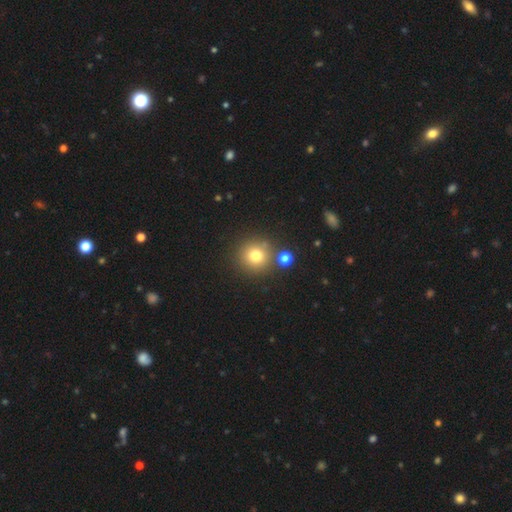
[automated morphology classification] This appears to be a smooth galaxy with no disk features (76%) that is round (93%). Merging: none (79%).